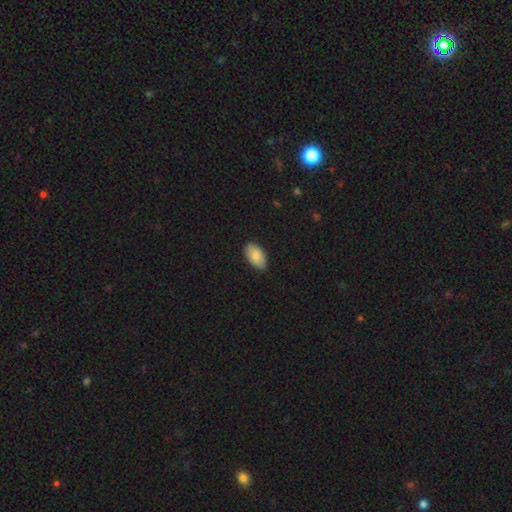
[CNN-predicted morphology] Smooth or featured?
  - smooth: 87% *
  - featured or disk: 7%
  - star or artifact: 6%
How rounded?
  - in between: 95% *
  - round: 3%
  - cigar-shaped: 2%
Merging?
  - none: 87% *
  - minor disturbance: 10%
  - major disturbance: 2%
  - merger: 1%